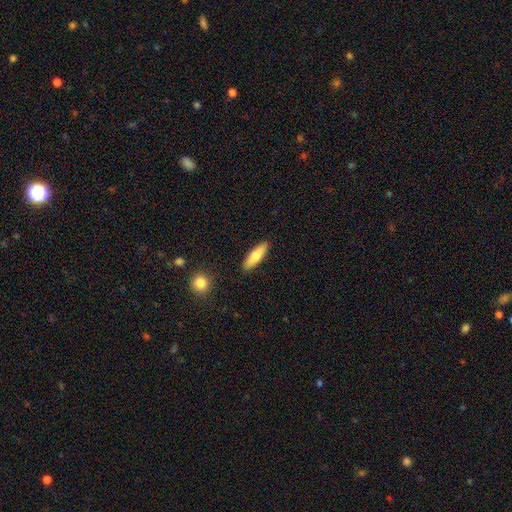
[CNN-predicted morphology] A smooth galaxy with no disk features (75%) that is cigar-shaped (56%). Merging: none (89%).